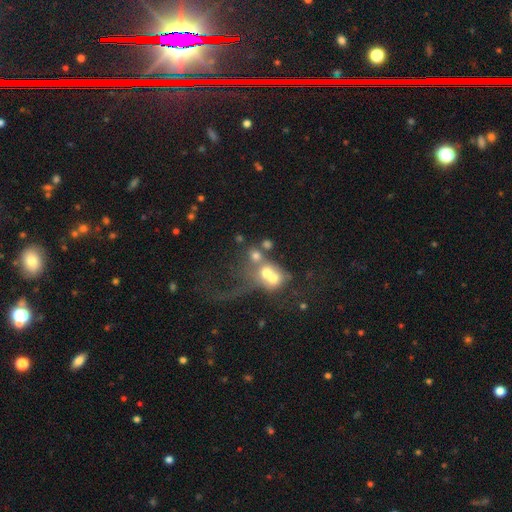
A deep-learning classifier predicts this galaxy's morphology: Overall: smooth (52%; featured or disk 33%). How rounded: round (66%; in between 32%). Merging: merger (59%).